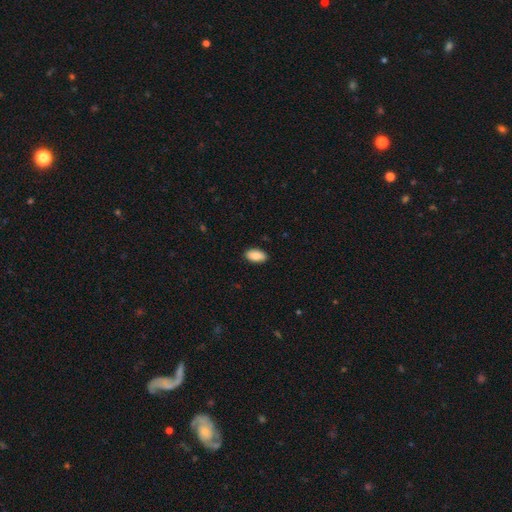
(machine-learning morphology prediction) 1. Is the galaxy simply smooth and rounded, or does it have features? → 85% smooth, 8% featured or disk, 6% star or artifact.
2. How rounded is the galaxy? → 94% in between, 4% cigar-shaped, 3% round.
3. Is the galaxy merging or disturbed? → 89% none, 9% minor disturbance, 2% major disturbance, 1% merger.